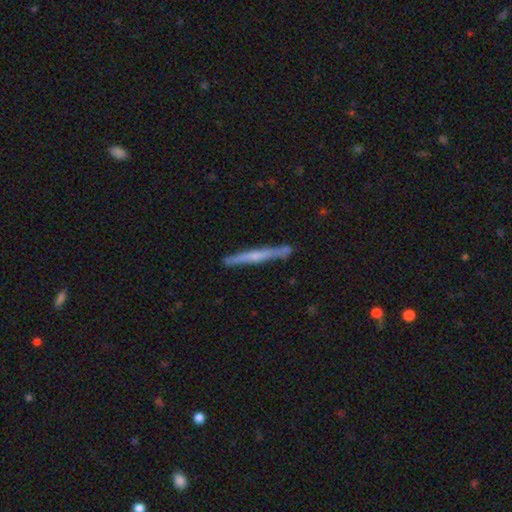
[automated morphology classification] Smooth or featured? featured or disk (56%)
Edge-on disk? yes (97%)
Edge-on bulge? none (53%)
Merging? none (86%)